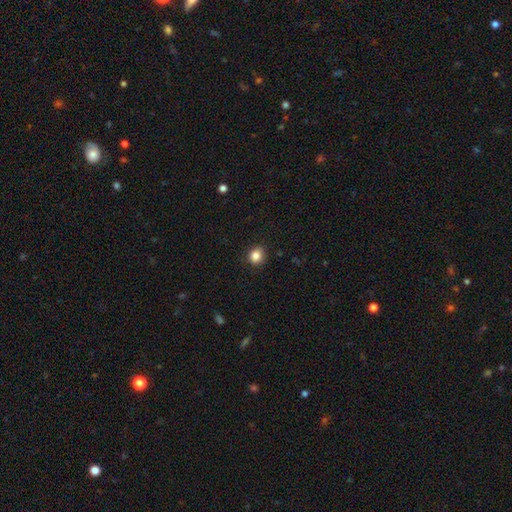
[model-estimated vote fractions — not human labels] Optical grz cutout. It shows a smooth galaxy with no disk features (85%) that is round (75%). Merging: none (88%).